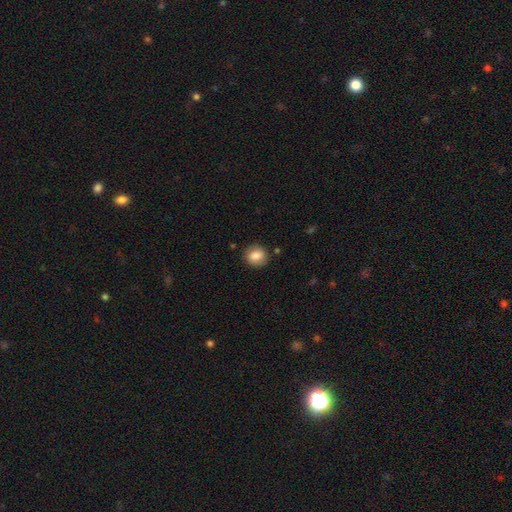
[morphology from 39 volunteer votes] Volunteers were most divided on "how rounded": round: 71%, in between: 29%, cigar-shaped: 0%. More confident: merging — none (84%); smooth or featured — smooth (79%).